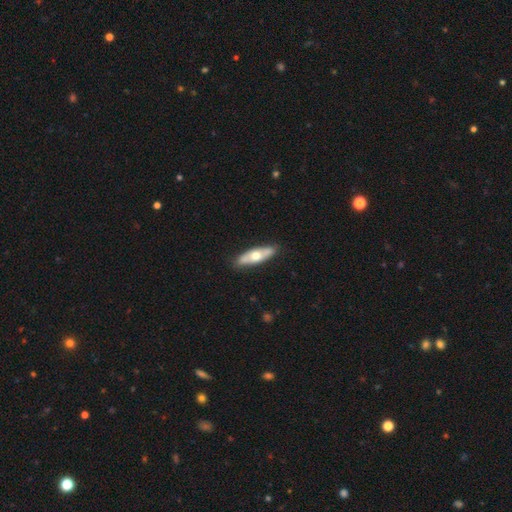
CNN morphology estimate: smooth-or-featured: smooth: 50% | featured or disk: 45% | star or artifact: 5%
  merging: none: 85% | minor disturbance: 11% | major disturbance: 2% | merger: 1%